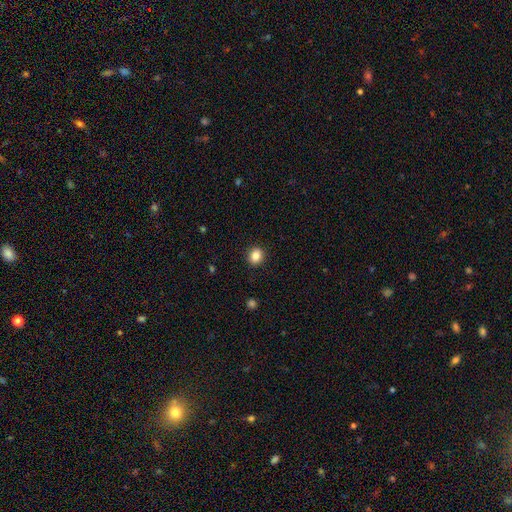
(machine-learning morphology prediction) smooth-or-featured: smooth: 85% | star or artifact: 10% | featured or disk: 5%
  how-rounded: round: 78% | in between: 21% | cigar-shaped: 1%
  merging: none: 91% | minor disturbance: 6% | major disturbance: 2% | merger: 1%